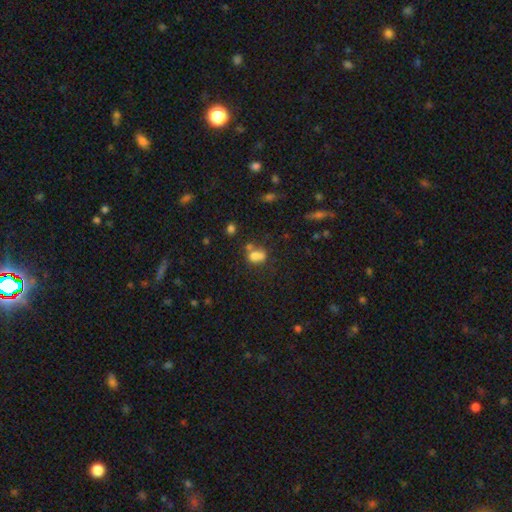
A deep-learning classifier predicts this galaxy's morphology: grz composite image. It shows a smooth galaxy with no disk features (68%) that is in between round and cigar-shaped (53%). Merging: merger (51%).